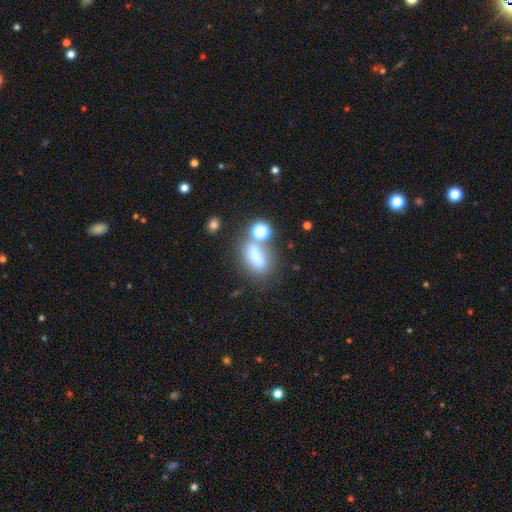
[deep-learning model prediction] smooth 72%, star or artifact 15%, featured or disk 12%. Down the decision tree: how rounded — in between (71%); merging — none (48%).